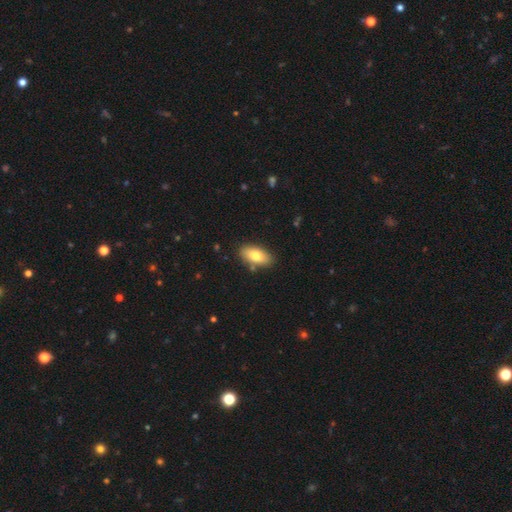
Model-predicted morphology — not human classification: smooth 78%, featured or disk 15%, star or artifact 7%. Down the decision tree: how rounded — in between (90%); merging — none (83%).